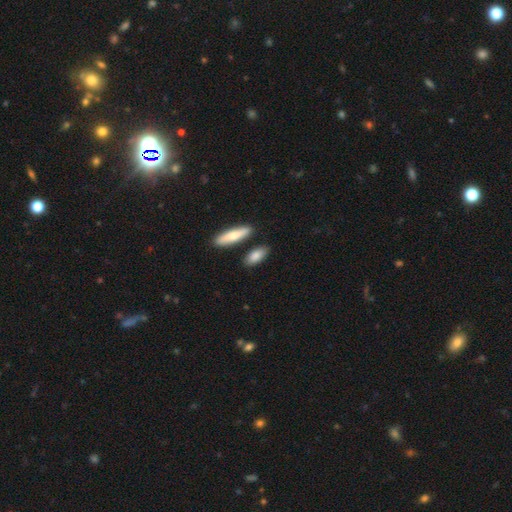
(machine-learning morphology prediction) type=smooth (83%); roundness=in between (68%); merging=none (80%).